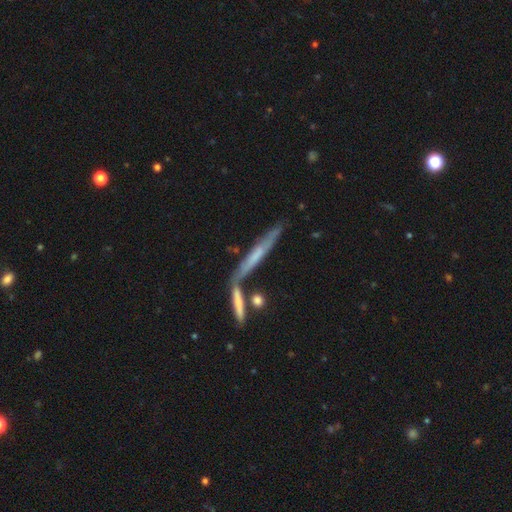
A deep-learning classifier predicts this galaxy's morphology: The model was most divided on "smooth or featured": featured or disk: 53%, smooth: 40%, star or artifact: 7%. More confident: edge-on disk — yes (86%); merging — none (61%).